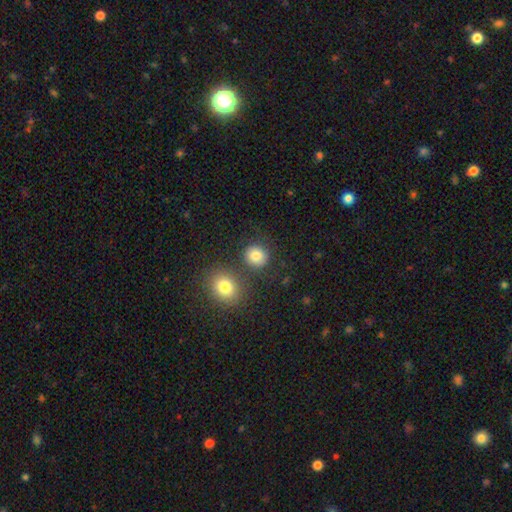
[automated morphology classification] Smooth or featured? smooth (82%)
How rounded? round (83%)
Merging? none (78%)